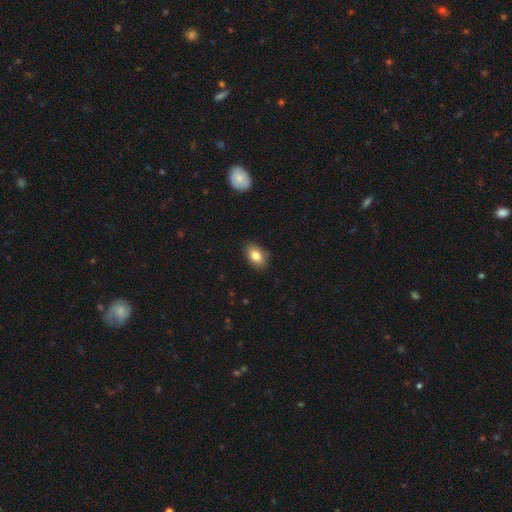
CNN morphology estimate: A smooth galaxy with no disk features (84%) that is in between round and cigar-shaped (89%).

Vote fractions:
- Smooth or featured? smooth: 84% / featured or disk: 9% / star or artifact: 8%
- How rounded? in between: 89% / round: 10% / cigar-shaped: 2%
- Merging? none: 86% / minor disturbance: 11% / major disturbance: 2% / merger: 1%